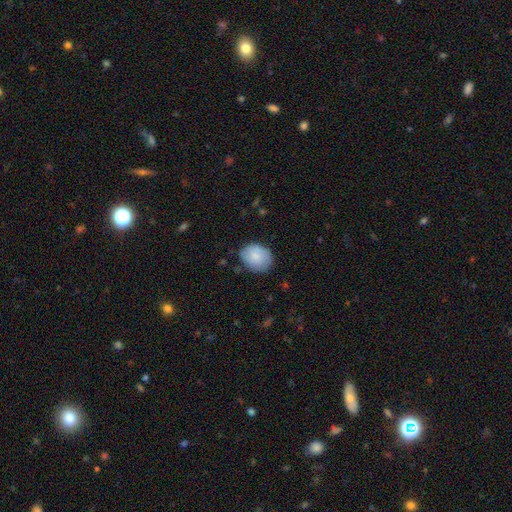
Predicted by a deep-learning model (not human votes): Q: Smooth or featured?
A: smooth (79%); runner-up: featured or disk (14%)
Q: How rounded?
A: round (50%); runner-up: in between (49%)
Q: Merging?
A: none (74%); runner-up: minor disturbance (20%)